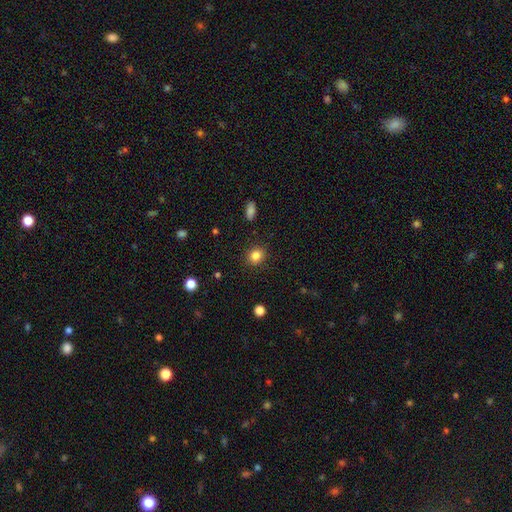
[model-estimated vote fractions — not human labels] smooth-or-featured: smooth: 84% | star or artifact: 11% | featured or disk: 5%
  how-rounded: round: 74% | in between: 25% | cigar-shaped: 1%
  merging: none: 89% | minor disturbance: 7% | major disturbance: 2% | merger: 1%